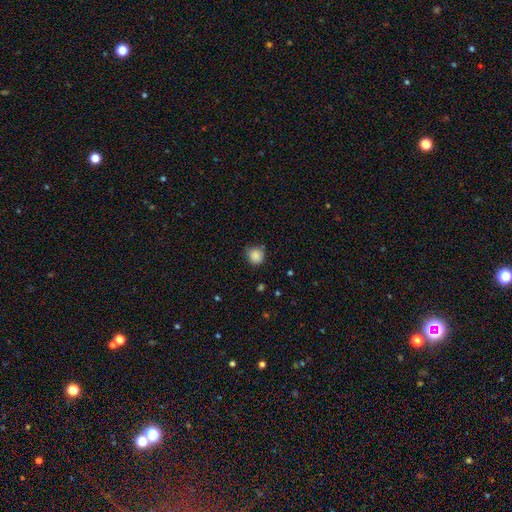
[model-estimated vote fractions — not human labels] The model was most divided on "merging": none: 71%, minor disturbance: 23%, major disturbance: 4%, merger: 2%. More confident: smooth or featured — smooth (87%); how rounded — round (85%).